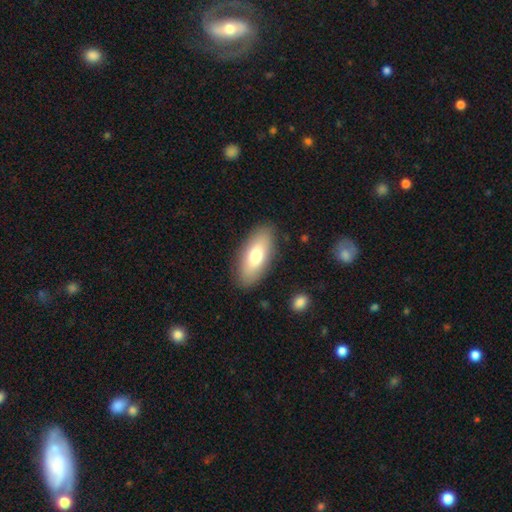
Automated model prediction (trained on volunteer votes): smooth-or-featured: smooth: 72% | featured or disk: 22% | star or artifact: 6%
  how-rounded: in between: 84% | cigar-shaped: 14% | round: 2%
  merging: none: 87% | minor disturbance: 9% | major disturbance: 3% | merger: 1%